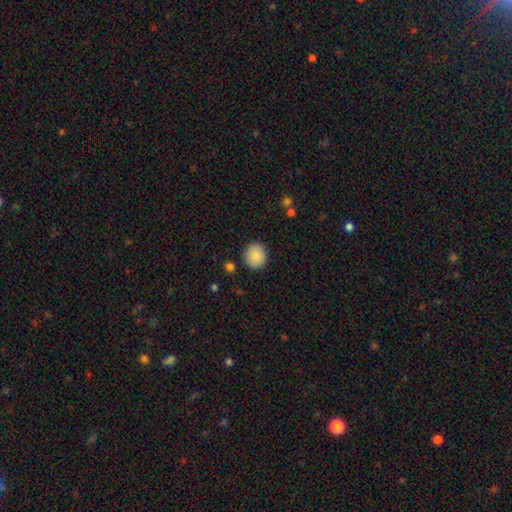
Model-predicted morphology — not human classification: A smooth galaxy with no disk features (87%) that is round (90%). Merging: none (89%).